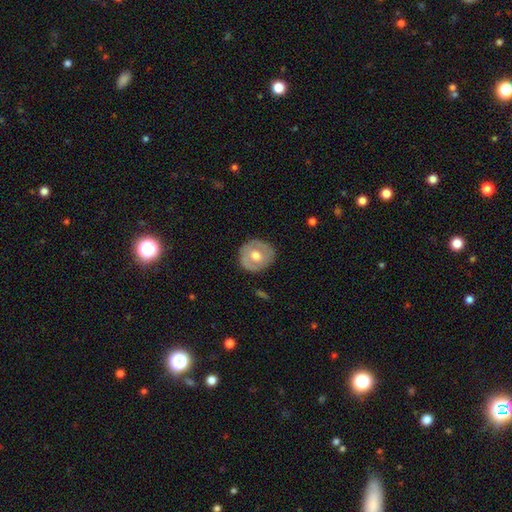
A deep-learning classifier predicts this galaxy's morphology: Smooth or featured? Predicted: featured or disk (p=0.48). Merging? Predicted: none (p=0.83).